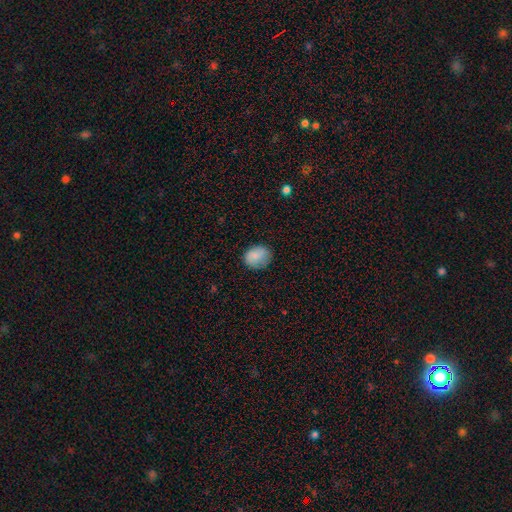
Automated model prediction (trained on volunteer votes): Smooth or featured?
  - smooth: 85% *
  - star or artifact: 8%
  - featured or disk: 7%
How rounded?
  - in between: 50% *
  - round: 49%
  - cigar-shaped: 1%
Merging?
  - none: 76% *
  - minor disturbance: 19%
  - major disturbance: 4%
  - merger: 1%